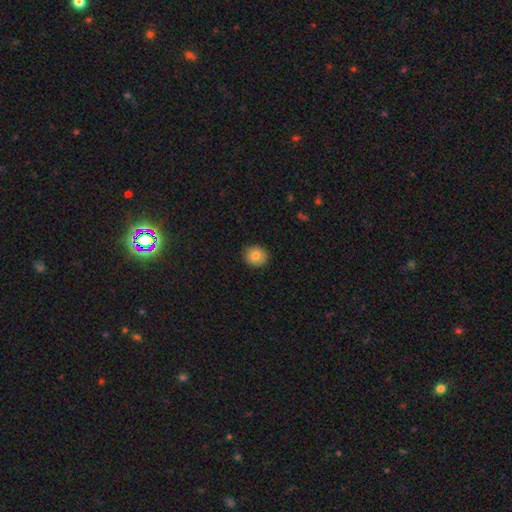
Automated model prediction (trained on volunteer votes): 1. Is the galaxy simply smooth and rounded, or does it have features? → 83% smooth, 9% star or artifact, 8% featured or disk.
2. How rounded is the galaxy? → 75% round, 24% in between, 1% cigar-shaped.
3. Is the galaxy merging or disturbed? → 90% none, 7% minor disturbance, 2% major disturbance, 1% merger.